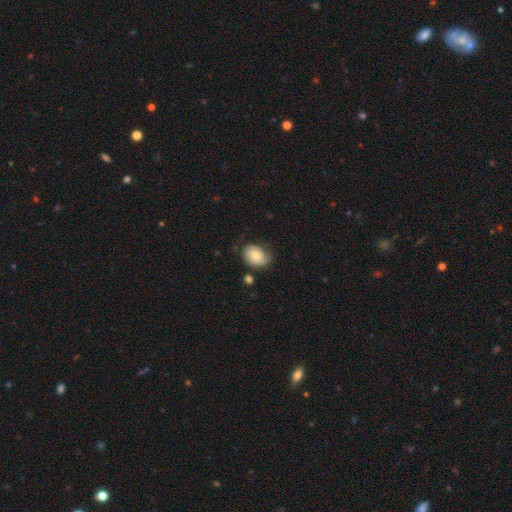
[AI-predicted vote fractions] Smooth or featured? Predicted: smooth (p=0.58). How rounded? Predicted: in between (p=0.61). Merging? Predicted: none (p=0.61).